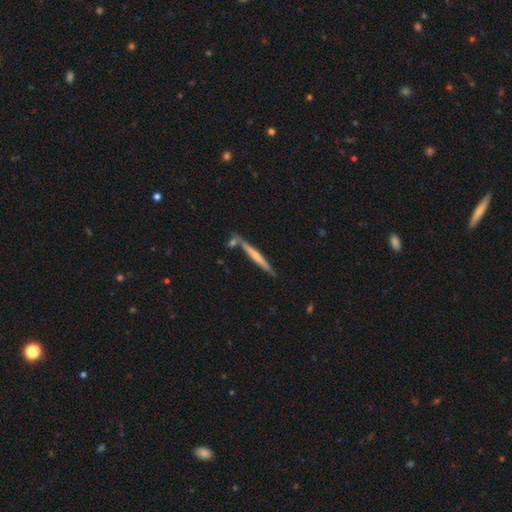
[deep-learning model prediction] Smooth or featured: featured or disk — 55% (smooth — 39%)
Edge-on disk: yes — 96% (no — 4%)
Edge-on bulge: none — 50% (rounded — 42%)
Merging: none — 75% (merger — 11%)